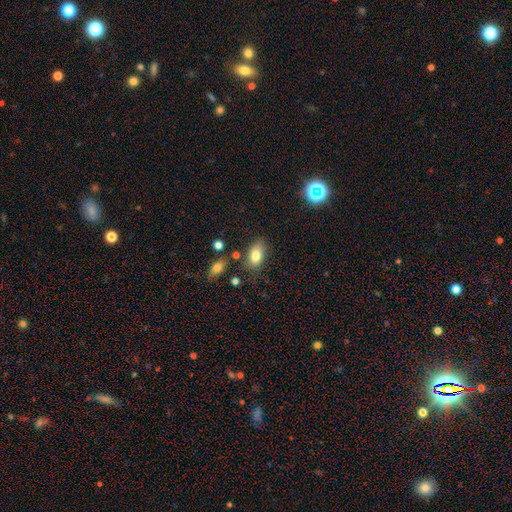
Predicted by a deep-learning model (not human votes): Q: Smooth or featured?
A: smooth (81%); runner-up: featured or disk (10%)
Q: How rounded?
A: in between (89%); runner-up: round (9%)
Q: Merging?
A: none (73%); runner-up: minor disturbance (17%)